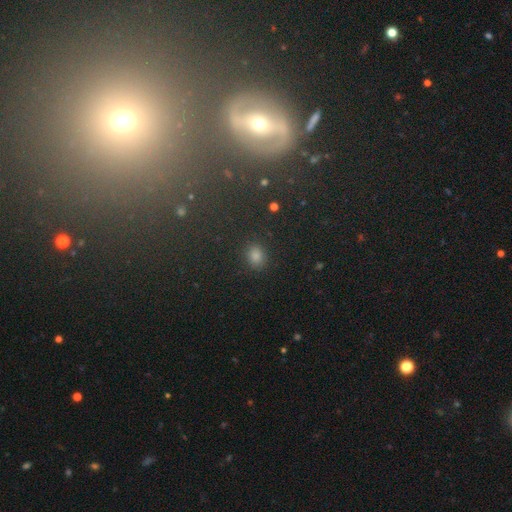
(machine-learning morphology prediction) type=smooth (79%); roundness=in between (53%); merging=none (85%).